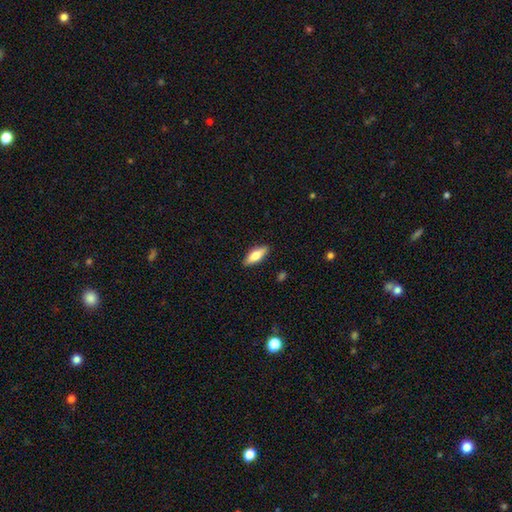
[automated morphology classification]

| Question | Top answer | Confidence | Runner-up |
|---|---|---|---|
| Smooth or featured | smooth | 66% | featured or disk (28%) |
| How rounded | in between | 61% | cigar-shaped (37%) |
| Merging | none | 88% | minor disturbance (9%) |